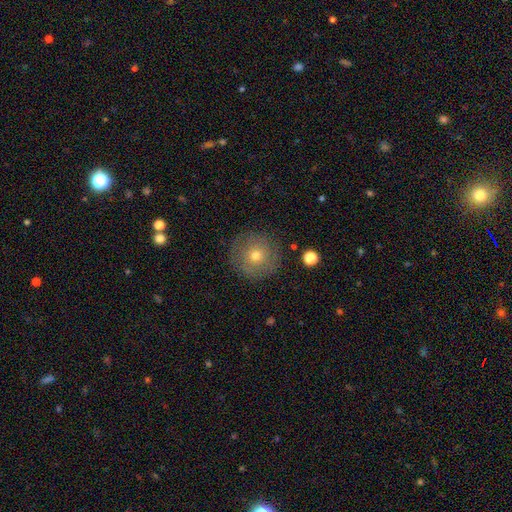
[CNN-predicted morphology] Smooth or featured?
  - smooth: 59% *
  - featured or disk: 29%
  - star or artifact: 12%
How rounded?
  - round: 95% *
  - in between: 4%
  - cigar-shaped: 1%
Merging?
  - none: 85% *
  - minor disturbance: 10%
  - major disturbance: 4%
  - merger: 1%